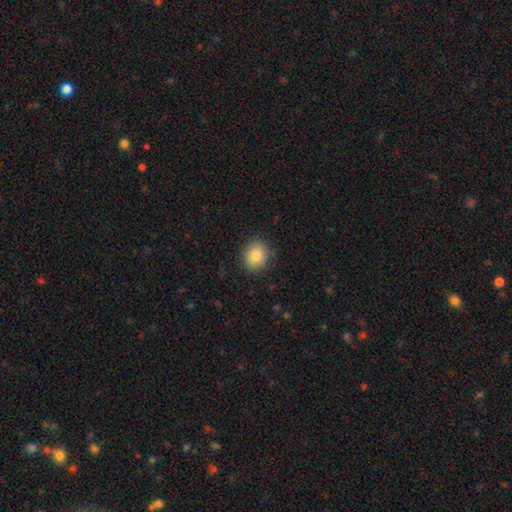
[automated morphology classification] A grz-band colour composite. It shows a smooth galaxy with no disk features (83%) that is round (70%). Merging: none (87%).